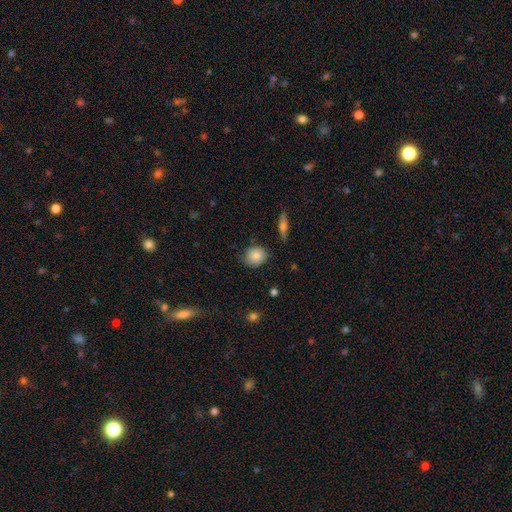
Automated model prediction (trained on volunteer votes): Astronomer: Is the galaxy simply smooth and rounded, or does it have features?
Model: smooth — 82%.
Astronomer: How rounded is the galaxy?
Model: round — 75%.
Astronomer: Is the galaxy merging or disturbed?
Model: none — 78%.